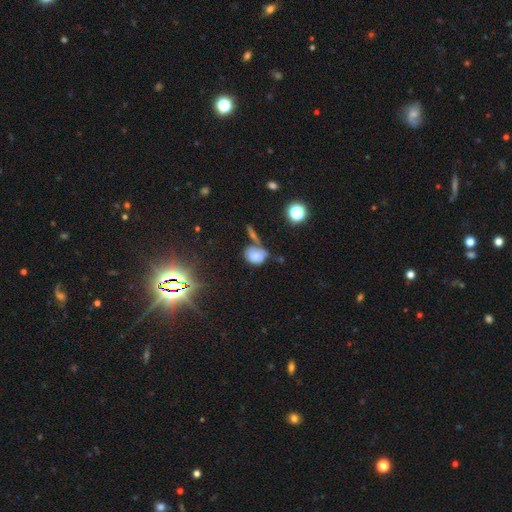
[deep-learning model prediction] Smooth or featured? smooth (69%)
How rounded? in between (58%)
Merging? none (36%)